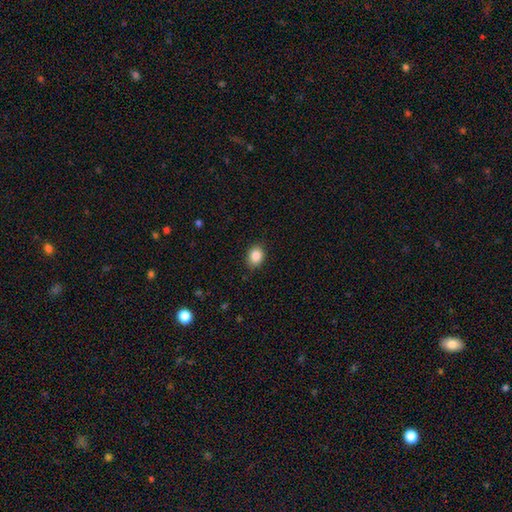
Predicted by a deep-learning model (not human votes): smooth 87%, star or artifact 9%, featured or disk 4%. Down the decision tree: how rounded — in between (60%); merging — none (88%).